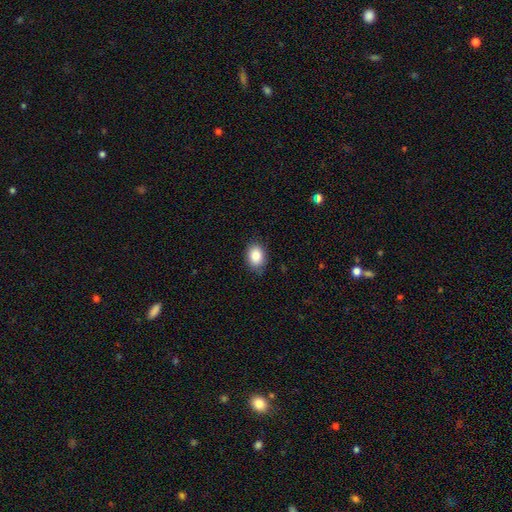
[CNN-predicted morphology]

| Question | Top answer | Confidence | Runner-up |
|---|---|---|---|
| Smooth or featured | smooth | 87% | star or artifact (8%) |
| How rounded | in between | 74% | round (25%) |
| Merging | none | 82% | minor disturbance (14%) |